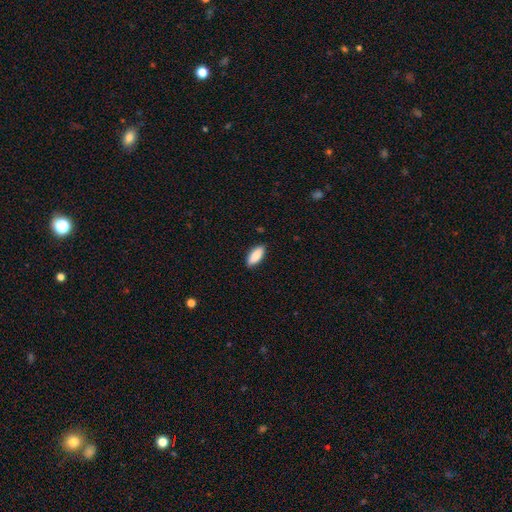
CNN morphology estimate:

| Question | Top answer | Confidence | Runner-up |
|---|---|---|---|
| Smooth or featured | smooth | 89% | star or artifact (6%) |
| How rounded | in between | 85% | cigar-shaped (13%) |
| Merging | none | 88% | minor disturbance (9%) |